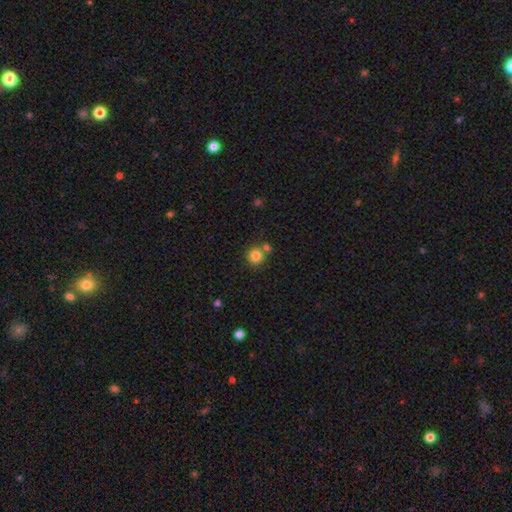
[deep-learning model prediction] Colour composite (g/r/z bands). It shows a smooth galaxy with no disk features (82%) that is round (90%). Merging: none (67%).